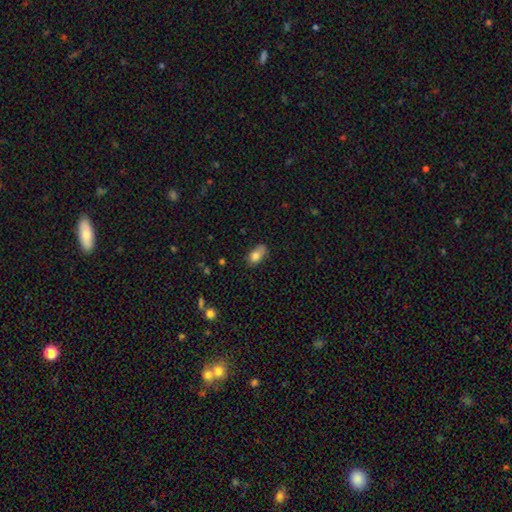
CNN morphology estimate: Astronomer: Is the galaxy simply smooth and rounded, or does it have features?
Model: smooth — 80%.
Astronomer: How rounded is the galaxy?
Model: in between — 86%.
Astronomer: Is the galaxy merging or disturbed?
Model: none — 54% (runner-up: minor disturbance, 33%).